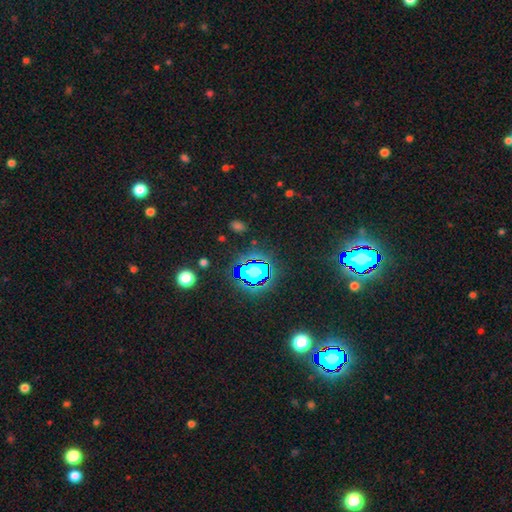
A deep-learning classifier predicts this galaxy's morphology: This appears to be a star or artifact, not a galaxy (82%).